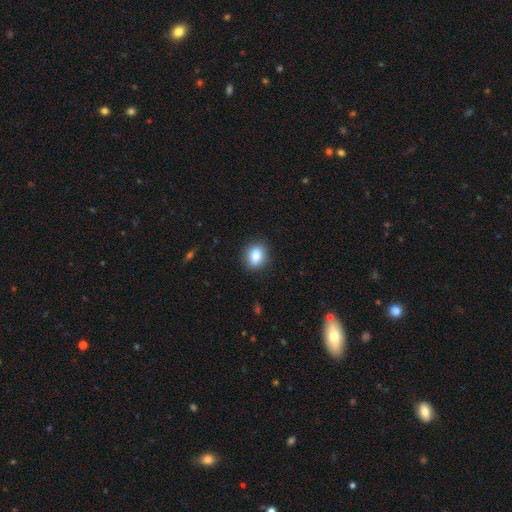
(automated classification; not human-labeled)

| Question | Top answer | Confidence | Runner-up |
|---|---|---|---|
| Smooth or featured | smooth | 83% | star or artifact (9%) |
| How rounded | in between | 50% | round (48%) |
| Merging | none | 88% | minor disturbance (9%) |